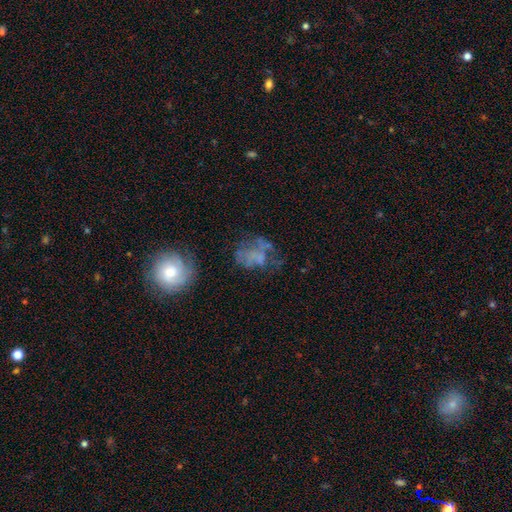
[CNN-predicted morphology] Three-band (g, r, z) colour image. It shows a featured or disk galaxy (49%). Merging: none (42%).